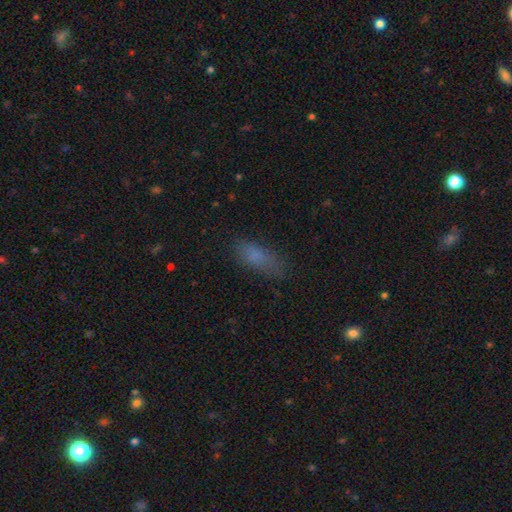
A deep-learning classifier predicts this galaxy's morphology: smooth_or_featured: smooth (p=0.77) [alt: star or artifact p=0.12]
how_rounded: in between (p=0.67) [alt: cigar-shaped p=0.30]
merging: none (p=0.70) [alt: minor disturbance p=0.20]